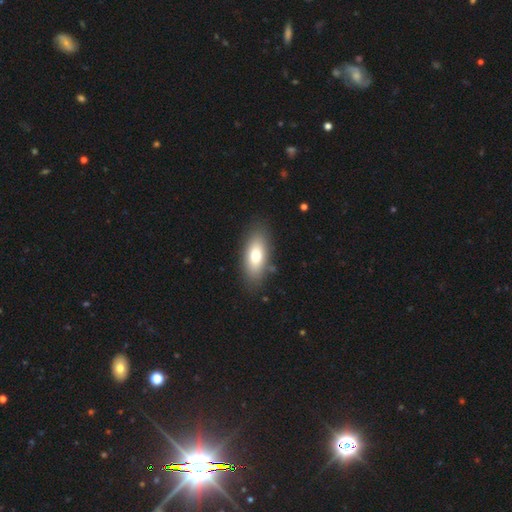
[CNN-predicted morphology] Q: Smooth or featured?
A: smooth (74%); runner-up: featured or disk (19%)
Q: How rounded?
A: in between (85%); runner-up: cigar-shaped (12%)
Q: Merging?
A: none (84%); runner-up: minor disturbance (11%)